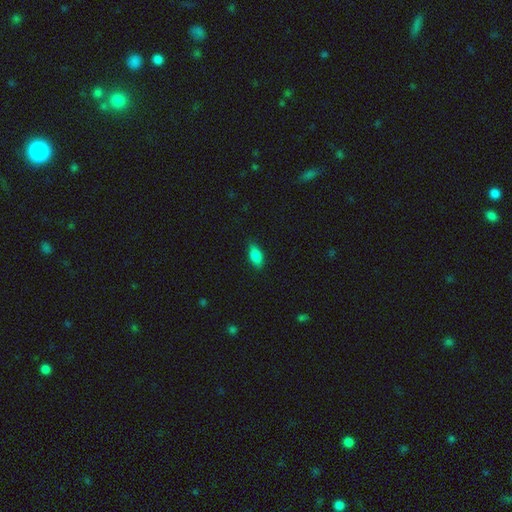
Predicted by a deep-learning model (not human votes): smooth 84%, featured or disk 9%, star or artifact 8%. Down the decision tree: how rounded — in between (86%); merging — none (84%).